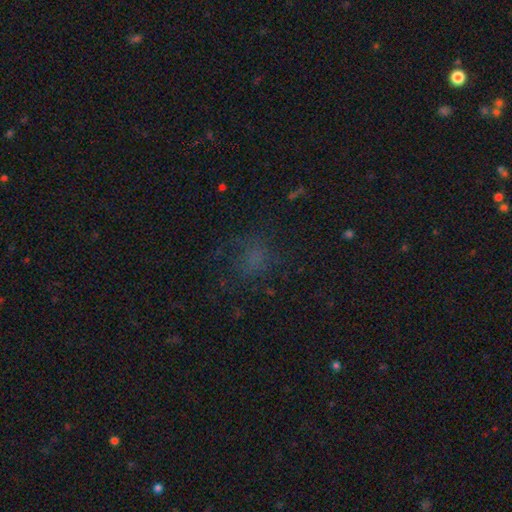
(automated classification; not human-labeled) Q: Smooth or featured?
A: smooth (53%); runner-up: star or artifact (31%)
Q: How rounded?
A: round (60%); runner-up: in between (38%)
Q: Merging?
A: none (59%); runner-up: major disturbance (21%)